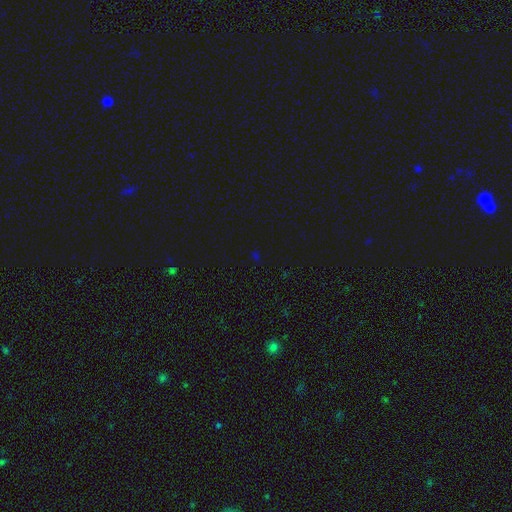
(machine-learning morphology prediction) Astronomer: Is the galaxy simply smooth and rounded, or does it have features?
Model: star or artifact — 69%.